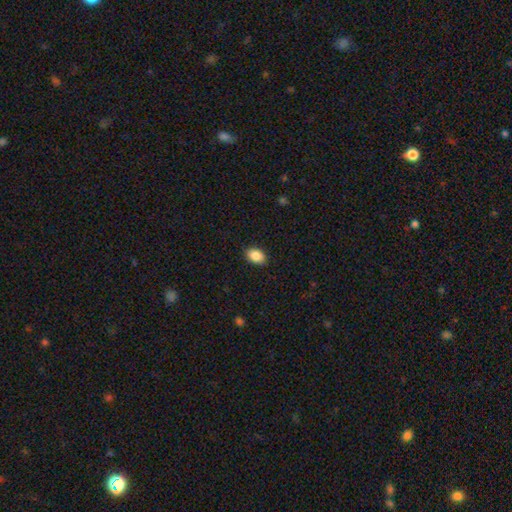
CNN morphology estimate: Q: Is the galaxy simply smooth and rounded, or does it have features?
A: smooth — 88%.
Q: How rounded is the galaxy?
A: in between — 86%.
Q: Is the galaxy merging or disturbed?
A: none — 89%.